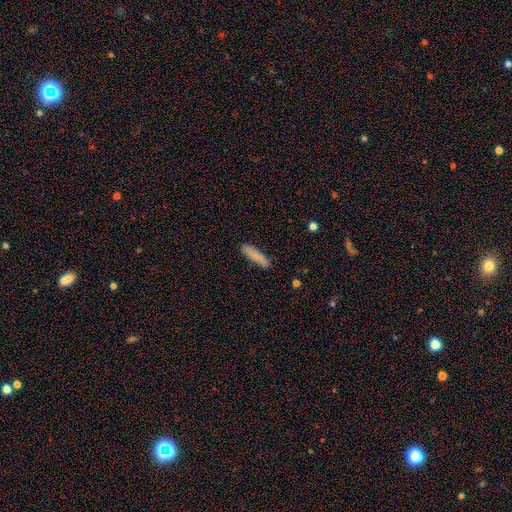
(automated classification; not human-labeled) smooth 81%, featured or disk 12%, star or artifact 7%. Down the decision tree: how rounded — cigar-shaped (76%); merging — none (82%).